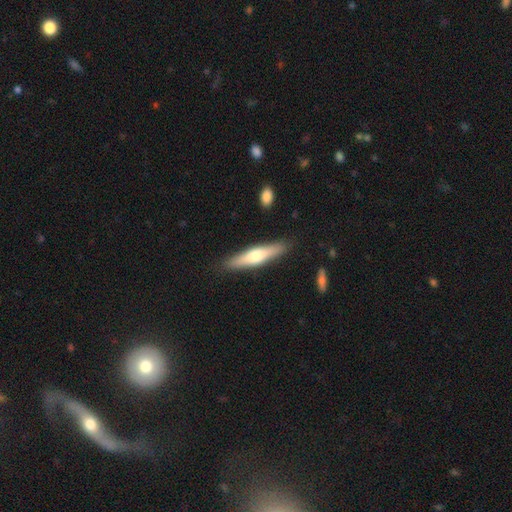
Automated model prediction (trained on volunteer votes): Smooth or featured? Predicted: smooth (p=0.50). Merging? Predicted: none (p=0.87).